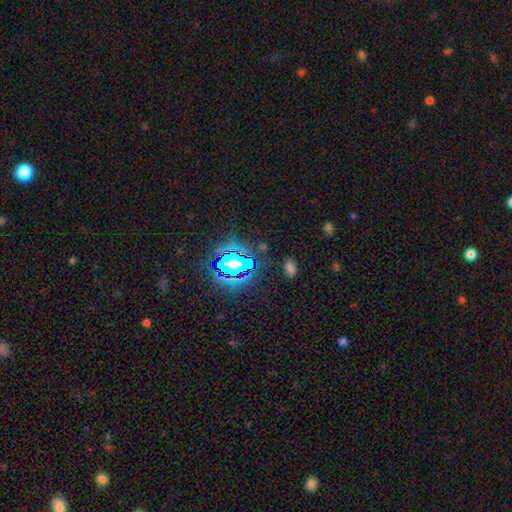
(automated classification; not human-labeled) The model was most divided on "smooth or featured": star or artifact: 82%, smooth: 11%, featured or disk: 7%.